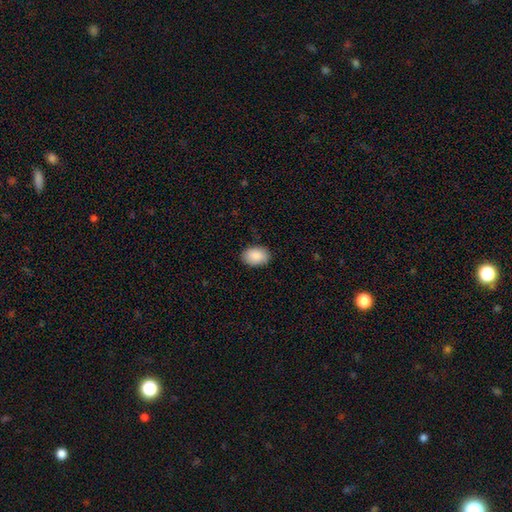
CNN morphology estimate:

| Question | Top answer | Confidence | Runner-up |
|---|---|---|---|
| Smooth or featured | smooth | 90% | star or artifact (6%) |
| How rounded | in between | 85% | round (14%) |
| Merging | none | 88% | minor disturbance (9%) |